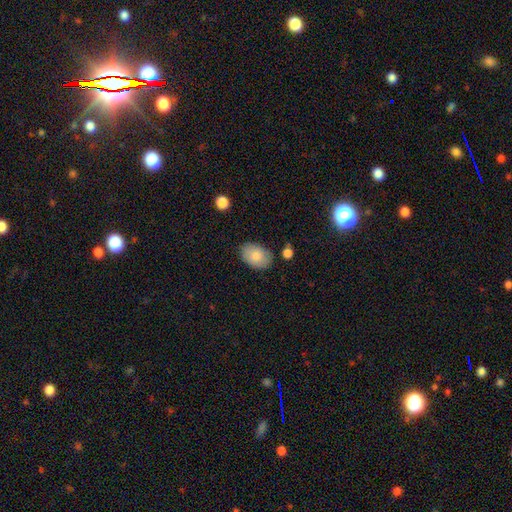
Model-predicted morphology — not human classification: smooth-or-featured: smooth: 81% | featured or disk: 12% | star or artifact: 7%
  how-rounded: in between: 83% | round: 16% | cigar-shaped: 1%
  merging: none: 81% | minor disturbance: 13% | major disturbance: 3% | merger: 3%